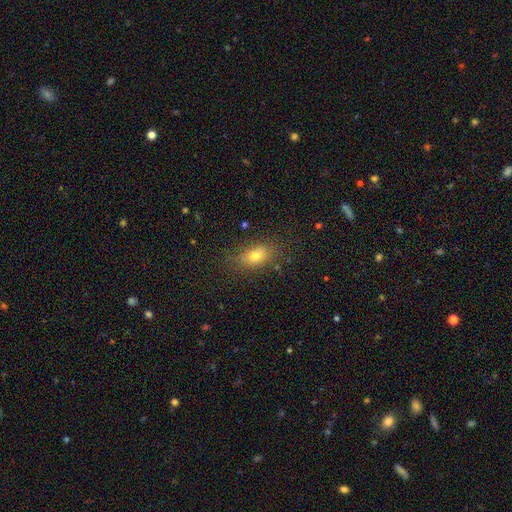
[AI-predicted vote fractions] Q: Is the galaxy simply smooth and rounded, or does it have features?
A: smooth — 76%.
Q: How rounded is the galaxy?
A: in between — 81%.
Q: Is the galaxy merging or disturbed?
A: none — 81%.